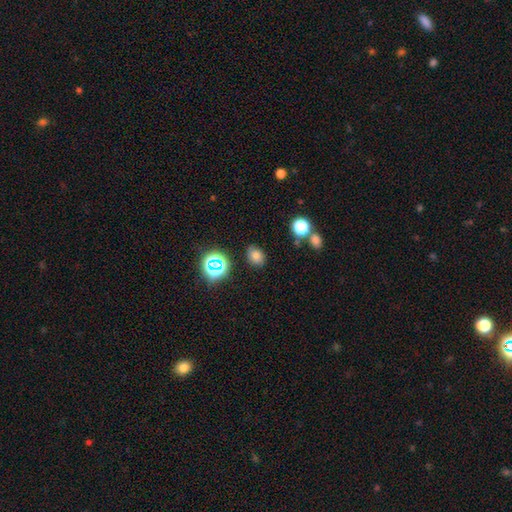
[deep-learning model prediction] This is likely a smooth galaxy (73%). How rounded: likely in between (61%). Merging: clearly none (82%).